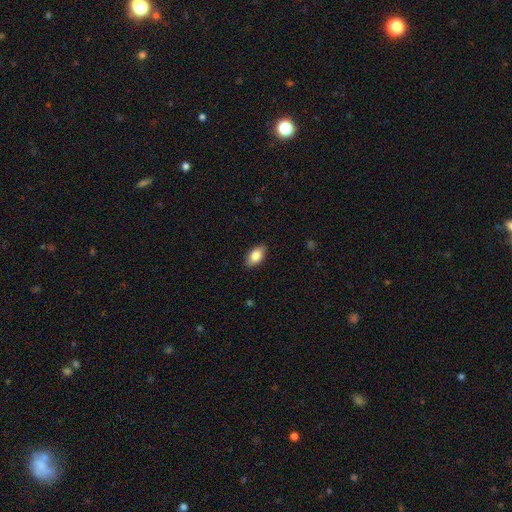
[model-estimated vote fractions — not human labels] Morphology: type=smooth (83%); roundness=in between (92%); merging=none (88%).